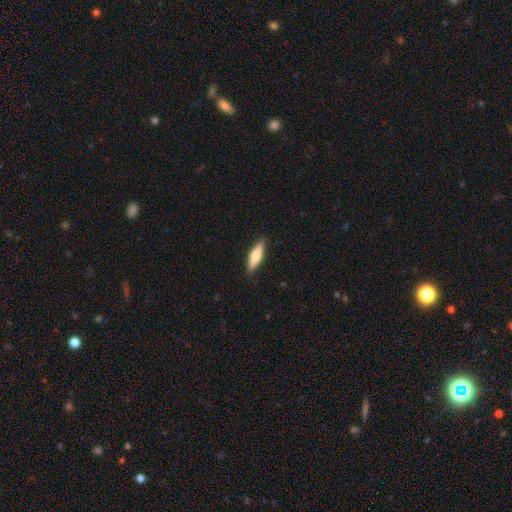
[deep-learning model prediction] Q: Smooth or featured?
A: smooth (70%); runner-up: featured or disk (24%)
Q: How rounded?
A: cigar-shaped (62%); runner-up: in between (36%)
Q: Merging?
A: none (89%); runner-up: minor disturbance (8%)